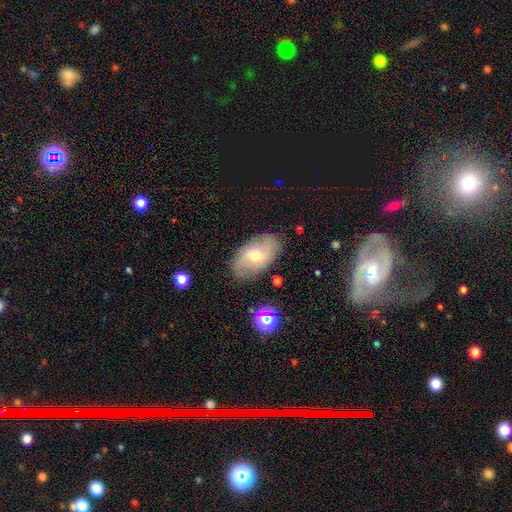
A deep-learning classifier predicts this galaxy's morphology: Smooth or featured: featured or disk — 47% (smooth — 44%)
Merging: none — 81% (minor disturbance — 14%)